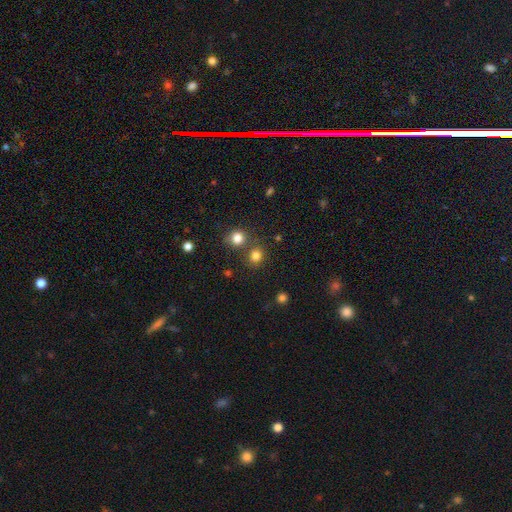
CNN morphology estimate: smooth-or-featured: smooth: 80% | star or artifact: 15% | featured or disk: 5%
  how-rounded: round: 82% | in between: 17% | cigar-shaped: 1%
  merging: none: 69% | merger: 19% | minor disturbance: 9% | major disturbance: 3%